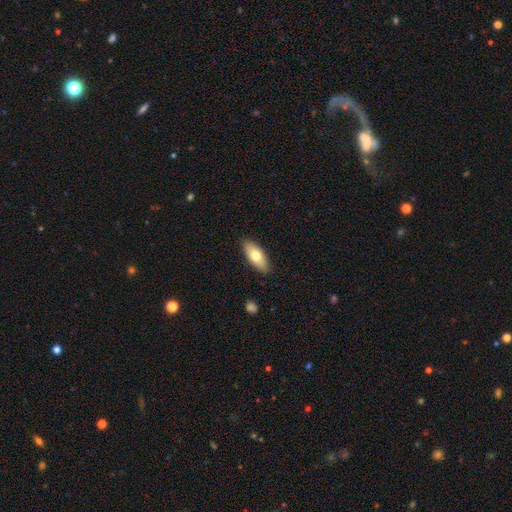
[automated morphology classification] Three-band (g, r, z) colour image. It shows a smooth galaxy with no disk features (70%) that is in between round and cigar-shaped (82%). Merging: none (87%).